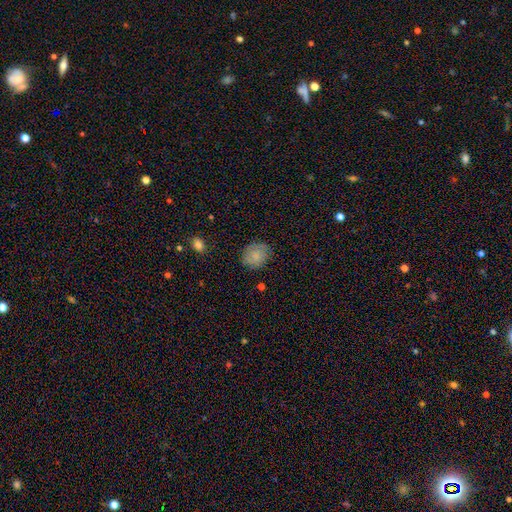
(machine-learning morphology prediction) This is likely a smooth galaxy (76%). How rounded: possibly round (53%). Merging: likely none (79%).